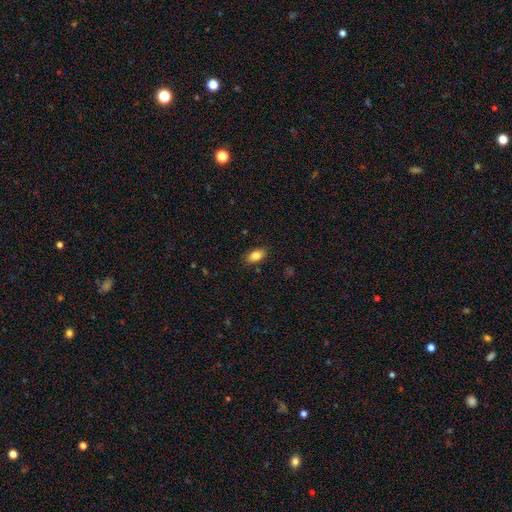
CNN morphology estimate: This appears to be a smooth galaxy with no disk features (84%) that is in between round and cigar-shaped (91%). Merging: none (86%).